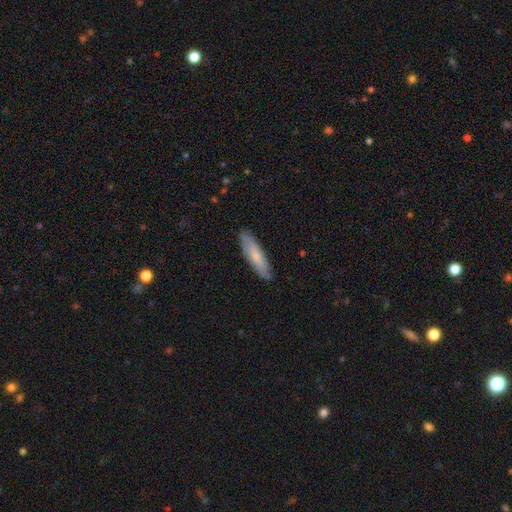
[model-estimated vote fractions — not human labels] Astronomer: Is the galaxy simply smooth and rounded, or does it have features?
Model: smooth — 67%.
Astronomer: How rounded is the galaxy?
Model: cigar-shaped — 75%.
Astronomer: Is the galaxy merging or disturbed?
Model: none — 87%.